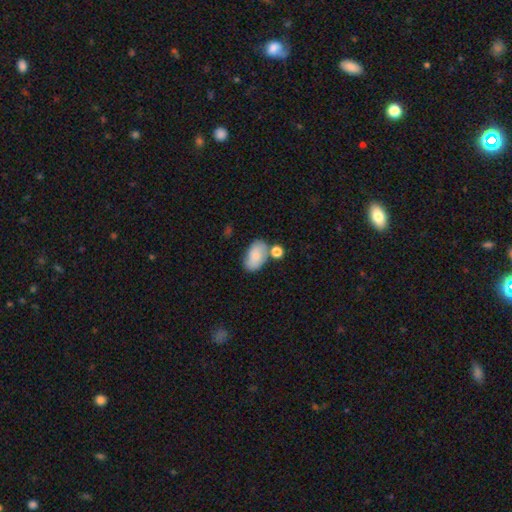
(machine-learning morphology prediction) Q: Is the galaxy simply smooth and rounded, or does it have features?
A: smooth — 84%.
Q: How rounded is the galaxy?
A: in between — 93%.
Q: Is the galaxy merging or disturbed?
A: none — 60%.